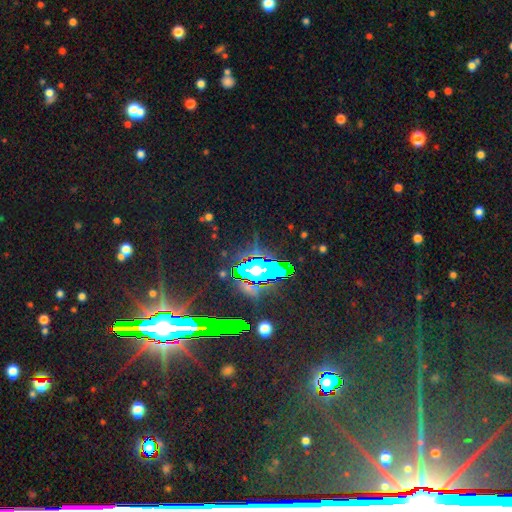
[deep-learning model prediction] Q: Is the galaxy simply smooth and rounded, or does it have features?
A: star or artifact — 83%.